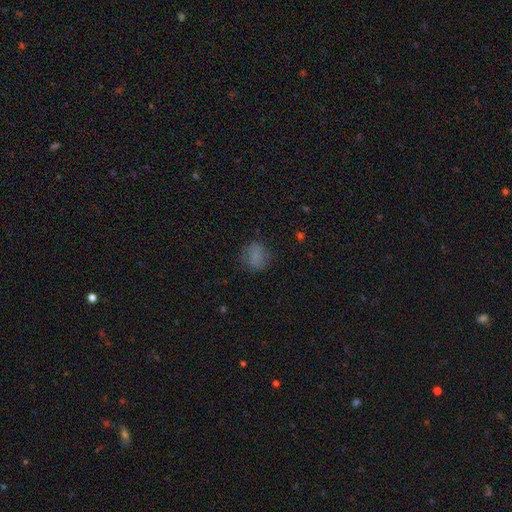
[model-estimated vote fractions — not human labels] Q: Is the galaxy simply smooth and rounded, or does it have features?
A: smooth — 76%.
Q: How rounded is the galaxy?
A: round — 66%.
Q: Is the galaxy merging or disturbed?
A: none — 77%.